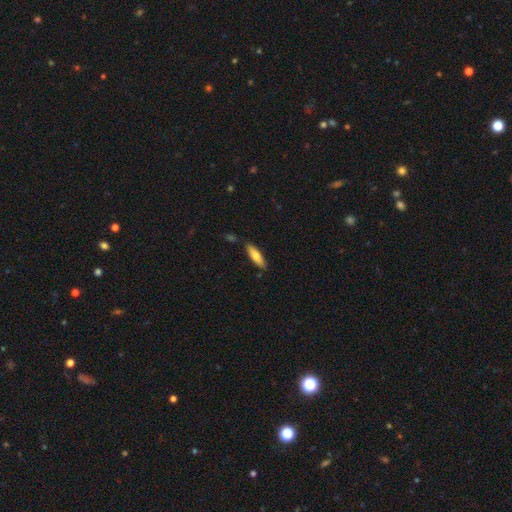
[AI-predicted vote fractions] Smooth or featured? Predicted: smooth (p=0.72). How rounded? Predicted: cigar-shaped (p=0.62). Merging? Predicted: none (p=0.83).